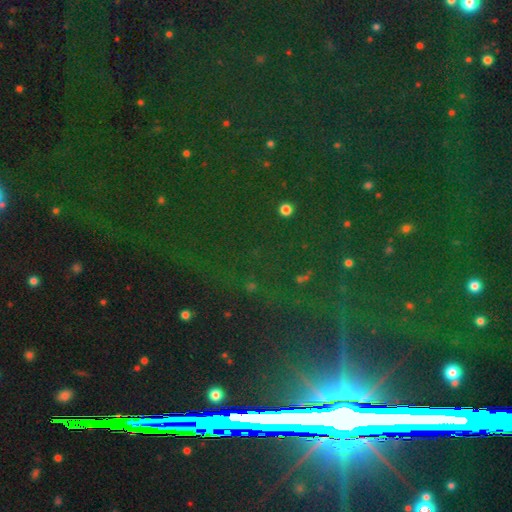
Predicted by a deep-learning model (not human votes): Smooth or featured? star or artifact (79%)